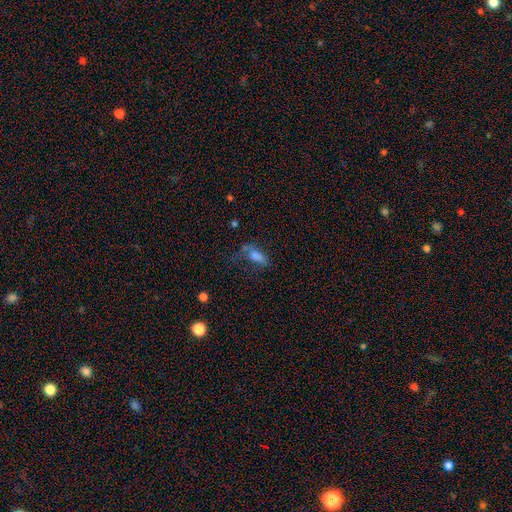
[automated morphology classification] Smooth or featured: smooth — 59% (featured or disk — 24%)
How rounded: in between — 71% (cigar-shaped — 23%)
Merging: major disturbance — 37% (none — 33%)